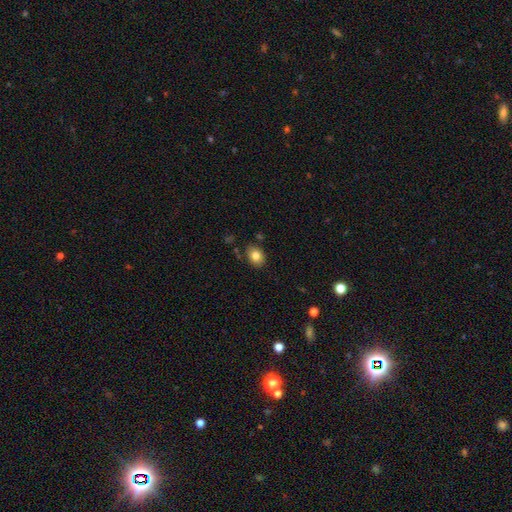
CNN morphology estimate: The model was most divided on "how rounded": in between: 58%, round: 41%, cigar-shaped: 1%. More confident: merging — none (83%); smooth or featured — smooth (81%).